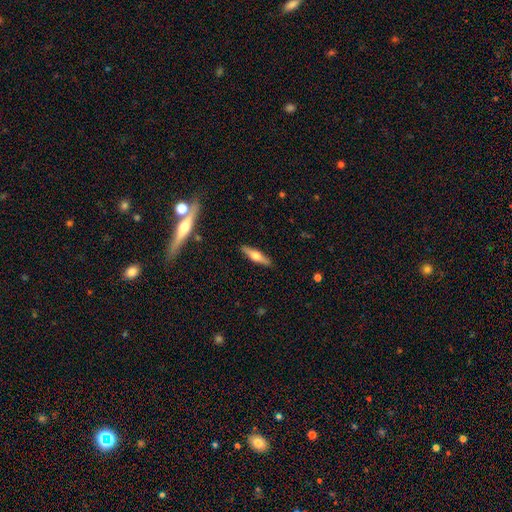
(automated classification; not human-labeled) smooth_or_featured: featured or disk (p=0.53) [alt: smooth p=0.41]
disk_edge_on: yes (p=0.94) [alt: no p=0.06]
merging: none (p=0.90) [alt: minor disturbance p=0.07]